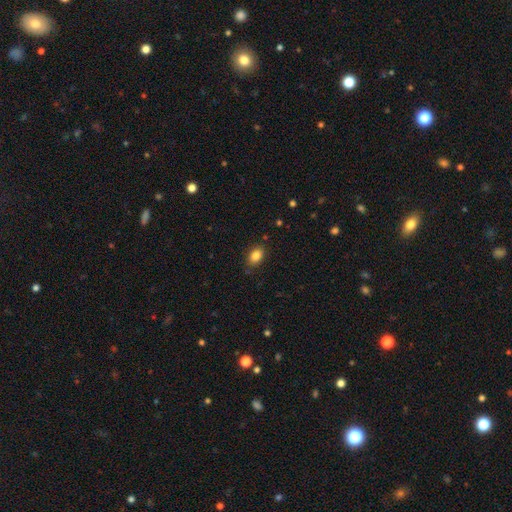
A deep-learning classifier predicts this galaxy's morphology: type=smooth (85%); roundness=in between (84%); merging=none (83%).